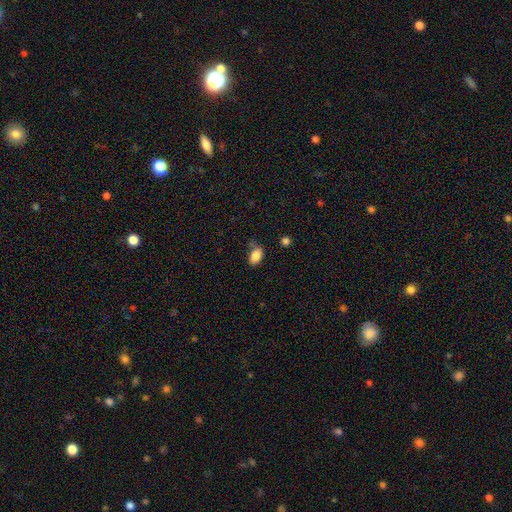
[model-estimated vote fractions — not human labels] smooth-or-featured: smooth: 86% | star or artifact: 8% | featured or disk: 6%
  how-rounded: in between: 88% | round: 10% | cigar-shaped: 1%
  merging: none: 66% | minor disturbance: 23% | merger: 6% | major disturbance: 5%